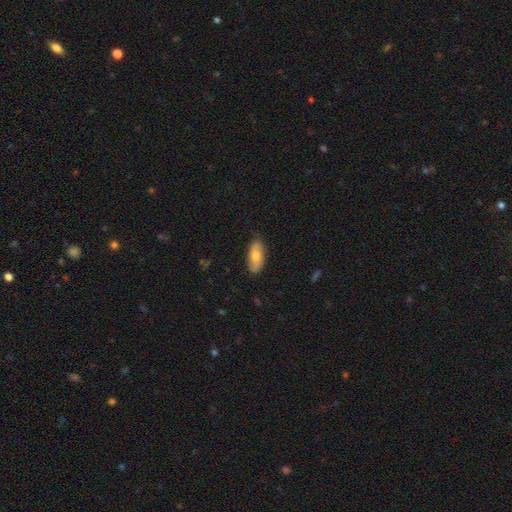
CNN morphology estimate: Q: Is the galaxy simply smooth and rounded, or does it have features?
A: smooth — 70%.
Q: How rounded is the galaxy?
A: in between — 86%.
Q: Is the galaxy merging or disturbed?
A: none — 82%.